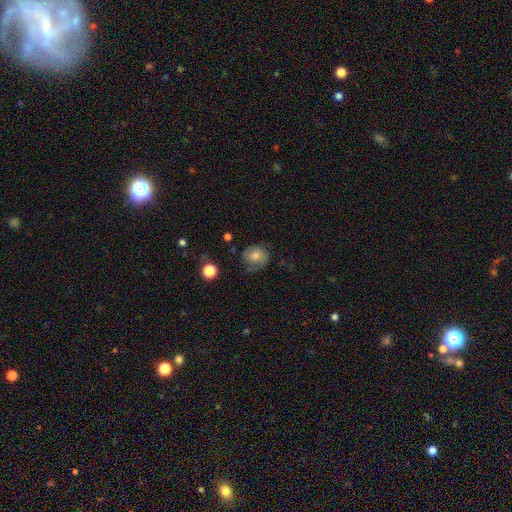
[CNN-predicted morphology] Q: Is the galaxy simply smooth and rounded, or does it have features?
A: smooth — 54%.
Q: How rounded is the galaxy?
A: round — 65%.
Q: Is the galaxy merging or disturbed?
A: none — 52%.